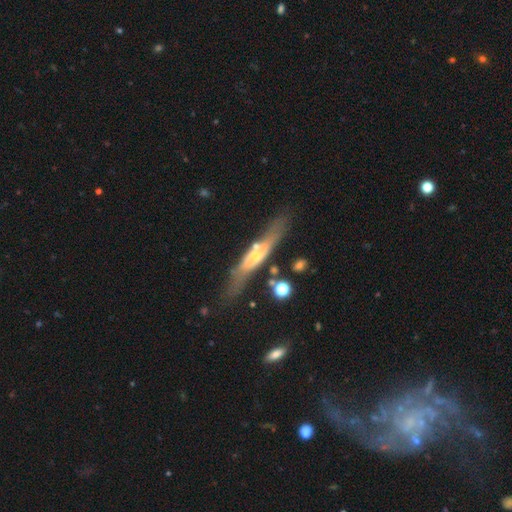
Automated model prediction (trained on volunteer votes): Smooth or featured?
  - featured or disk: 66% *
  - smooth: 27%
  - star or artifact: 7%
Edge-on disk?
  - yes: 72% *
  - no: 28%
Merging?
  - none: 68% *
  - minor disturbance: 18%
  - merger: 7%
  - major disturbance: 7%